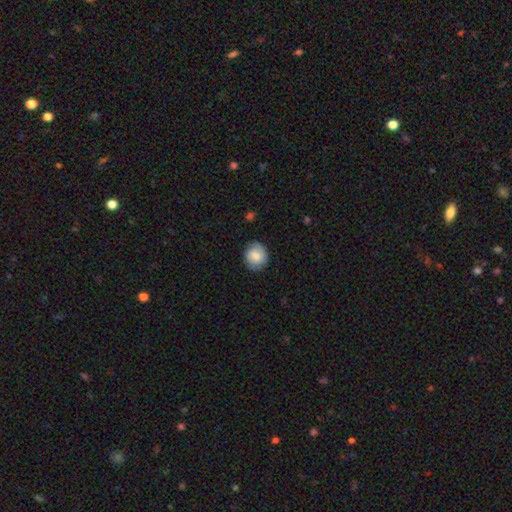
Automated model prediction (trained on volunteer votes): smooth_or_featured: smooth (p=0.74) [alt: featured or disk p=0.18]
how_rounded: round (p=0.78) [alt: in between p=0.21]
merging: none (p=0.82) [alt: minor disturbance p=0.13]